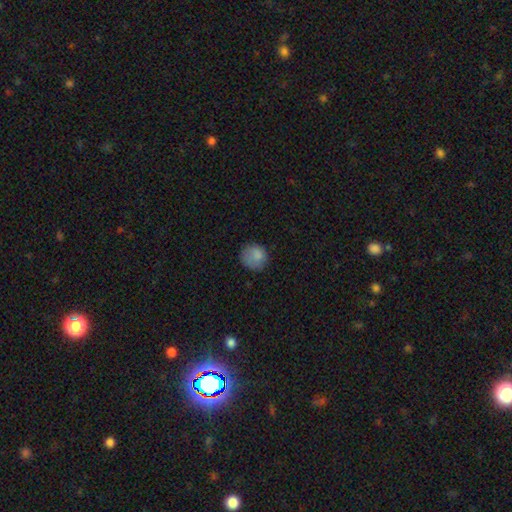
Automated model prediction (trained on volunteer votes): This appears to be a smooth galaxy with no disk features (82%) that is round (83%). Merging: none (70%).